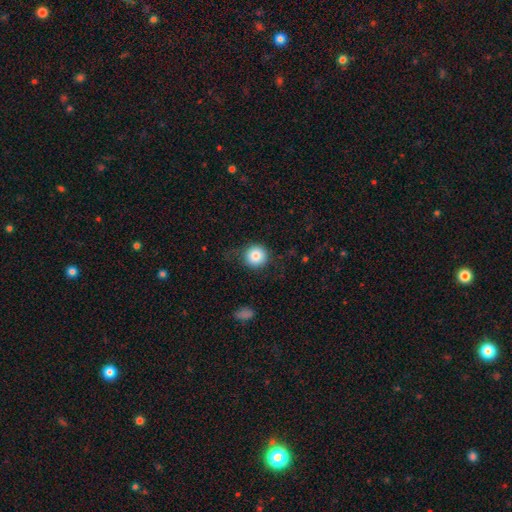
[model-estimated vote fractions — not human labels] A smooth galaxy with no disk features (82%) that is round (94%). Merging: none (79%).